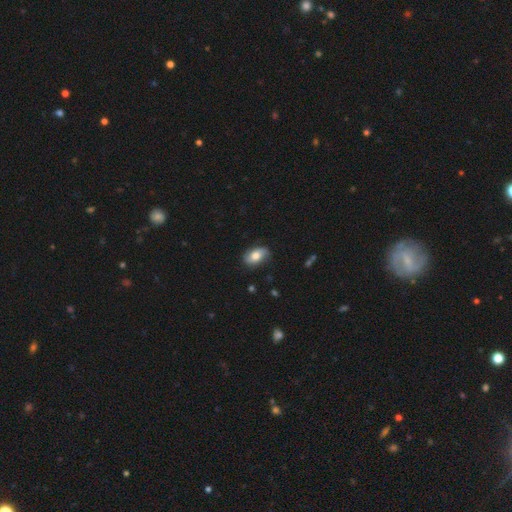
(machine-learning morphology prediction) Q: Smooth or featured?
A: smooth (58%); runner-up: featured or disk (34%)
Q: How rounded?
A: in between (88%); runner-up: round (9%)
Q: Merging?
A: none (76%); runner-up: minor disturbance (18%)